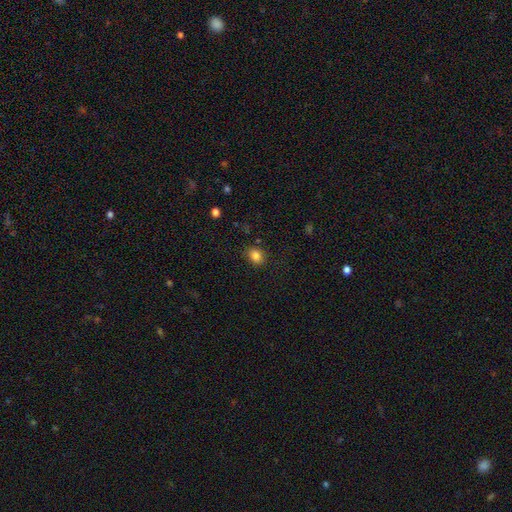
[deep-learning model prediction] Smooth or featured: smooth — 83% (star or artifact — 11%)
How rounded: round — 56% (in between — 43%)
Merging: none — 83% (minor disturbance — 12%)